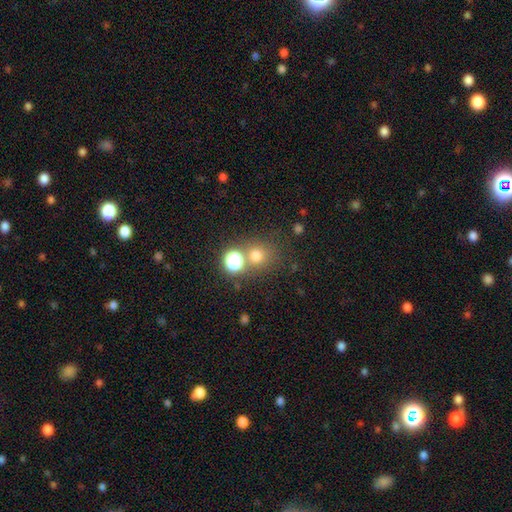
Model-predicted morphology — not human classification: A smooth galaxy with no disk features (69%) that is round (88%). Merging: none (67%).